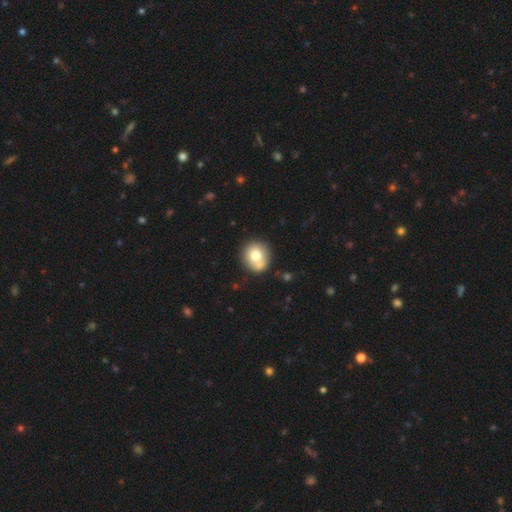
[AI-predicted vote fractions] Smooth or featured? smooth (74%)
How rounded? round (83%)
Merging? none (67%)